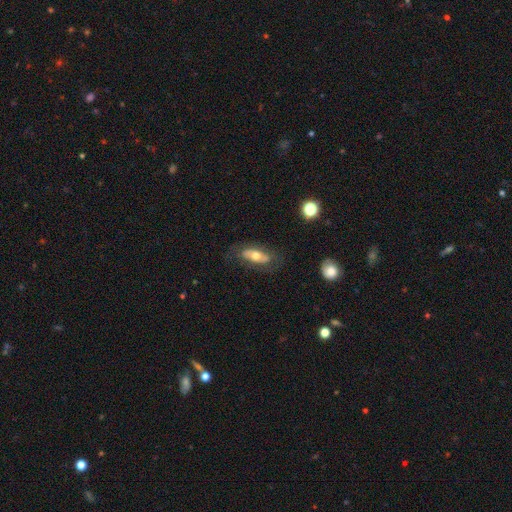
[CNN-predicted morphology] Smooth or featured?
  - featured or disk: 47% *
  - smooth: 46%
  - star or artifact: 7%
Merging?
  - none: 70% *
  - minor disturbance: 19%
  - major disturbance: 10%
  - merger: 2%